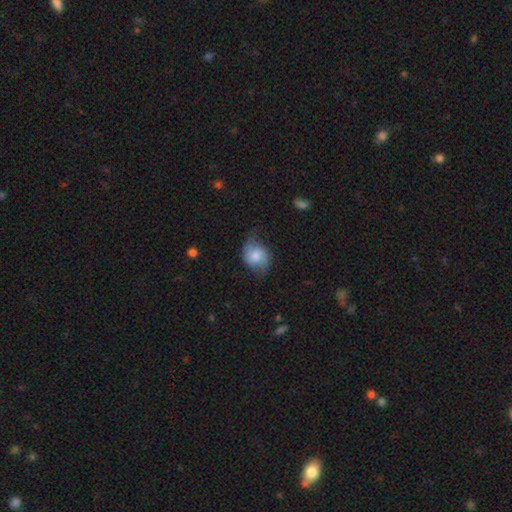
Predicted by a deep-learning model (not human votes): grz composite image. It shows a featured or disk galaxy (49%). Merging: none (59%).